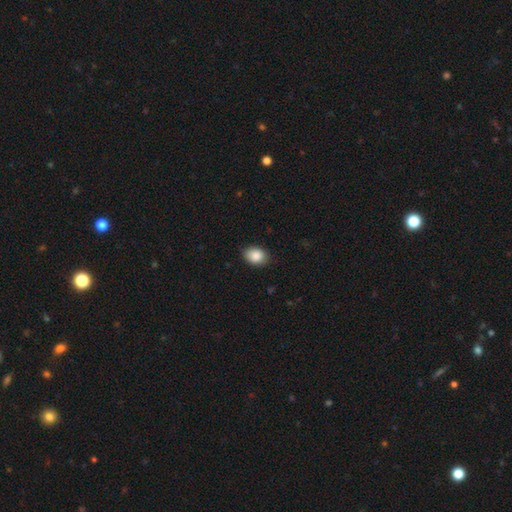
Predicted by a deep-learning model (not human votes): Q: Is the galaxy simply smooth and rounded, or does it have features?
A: smooth — 88%.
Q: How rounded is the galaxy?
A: in between — 70%.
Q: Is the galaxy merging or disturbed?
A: none — 85%.